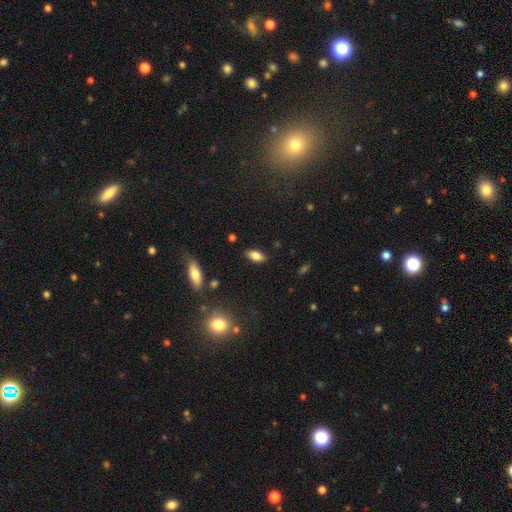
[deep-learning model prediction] Smooth or featured? Predicted: smooth (p=0.82). How rounded? Predicted: in between (p=0.90). Merging? Predicted: none (p=0.84).